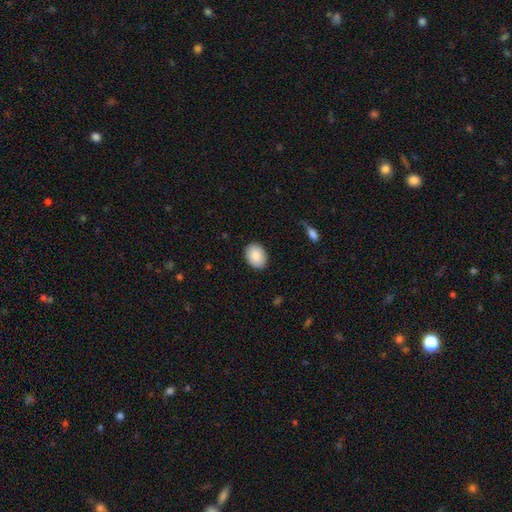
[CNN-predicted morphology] Smooth or featured: smooth — 87% (star or artifact — 7%)
How rounded: in between — 68% (round — 31%)
Merging: none — 89% (minor disturbance — 8%)